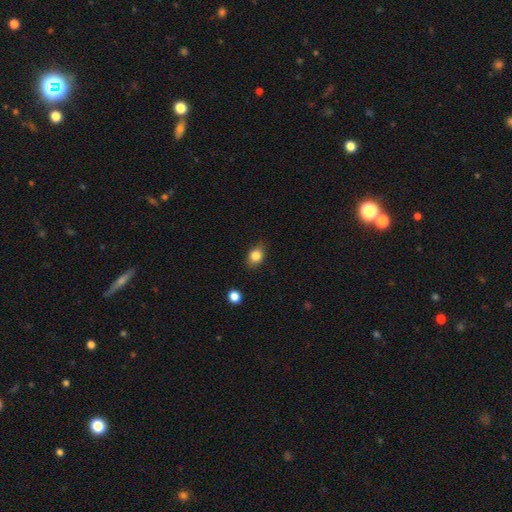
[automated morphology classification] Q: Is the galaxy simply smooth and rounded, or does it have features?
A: smooth — 83%.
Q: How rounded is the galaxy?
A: in between — 56%.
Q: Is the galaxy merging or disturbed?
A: none — 79%.